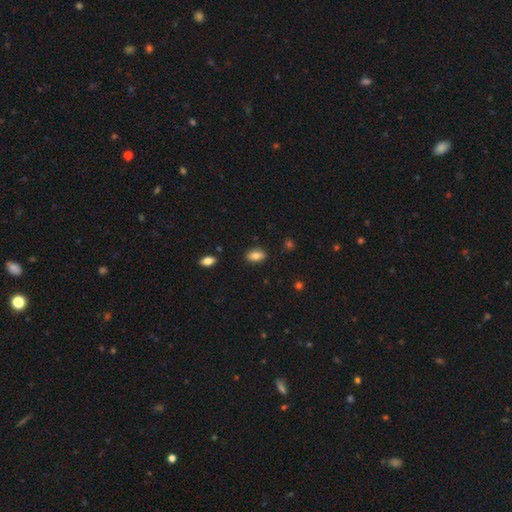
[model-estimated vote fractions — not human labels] Smooth or featured: smooth — 81% (featured or disk — 10%)
How rounded: in between — 88% (round — 7%)
Merging: none — 86% (minor disturbance — 10%)